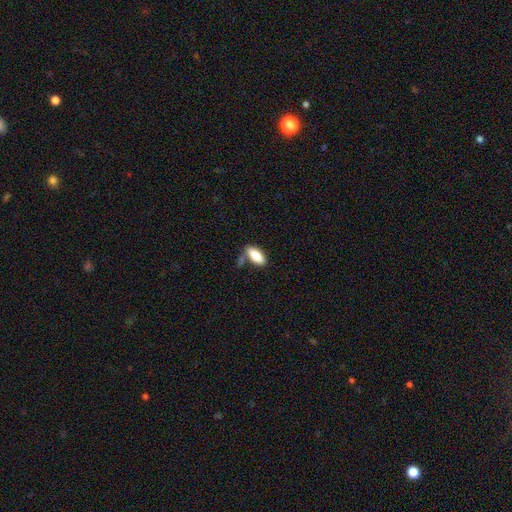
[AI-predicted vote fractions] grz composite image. It shows a smooth galaxy with no disk features (80%) that is in between round and cigar-shaped (82%). Merging: none (62%).